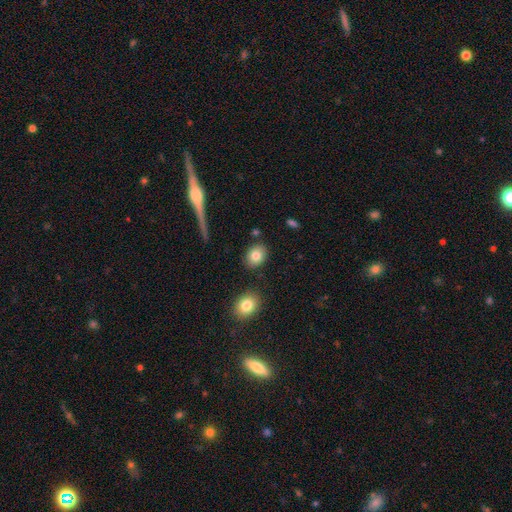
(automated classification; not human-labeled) Morphology: type=smooth (82%); roundness=in between (67%); merging=none (86%).